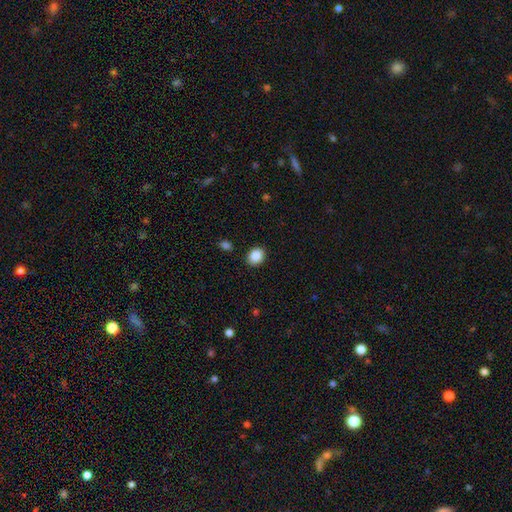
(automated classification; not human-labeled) Smooth or featured? Predicted: smooth (p=0.87). How rounded? Predicted: round (p=0.56). Merging? Predicted: none (p=0.89).